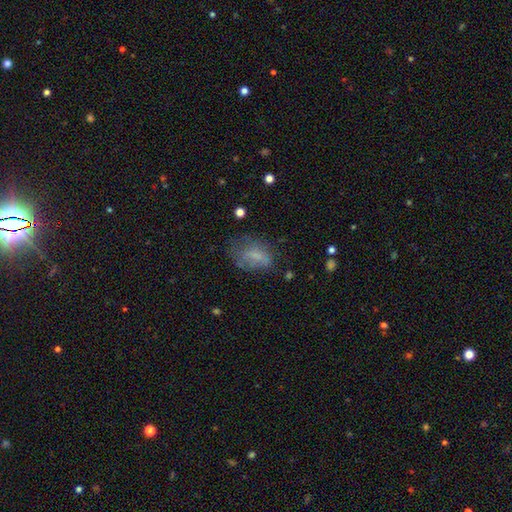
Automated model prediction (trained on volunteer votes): smooth 64%, featured or disk 23%, star or artifact 13%. Down the decision tree: how rounded — in between (83%); merging — none (44%).